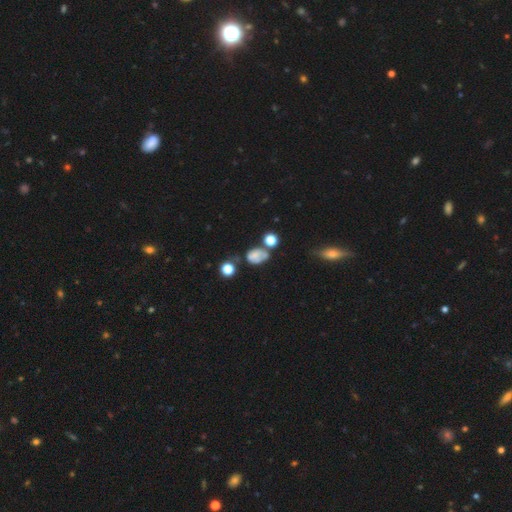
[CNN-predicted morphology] type=smooth (55%); roundness=in between (73%); merging=none (34%).